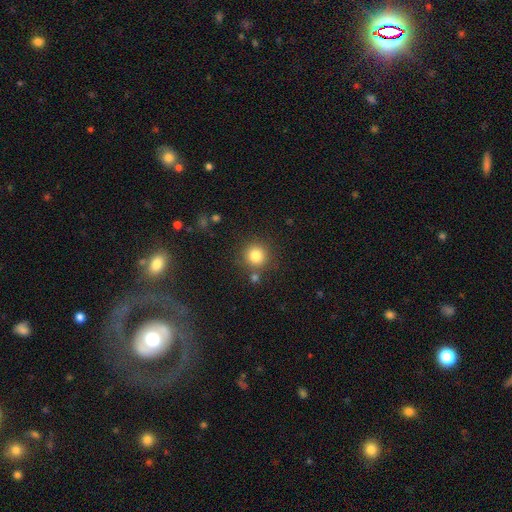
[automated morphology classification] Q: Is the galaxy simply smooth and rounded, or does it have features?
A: smooth — 82%.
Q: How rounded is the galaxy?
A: round — 93%.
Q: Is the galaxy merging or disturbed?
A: none — 82%.